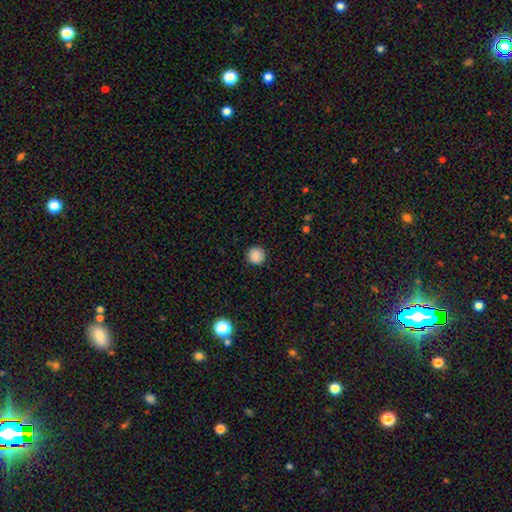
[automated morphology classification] This is clearly a smooth galaxy (87%). How rounded: clearly round (95%). Merging: clearly none (90%).